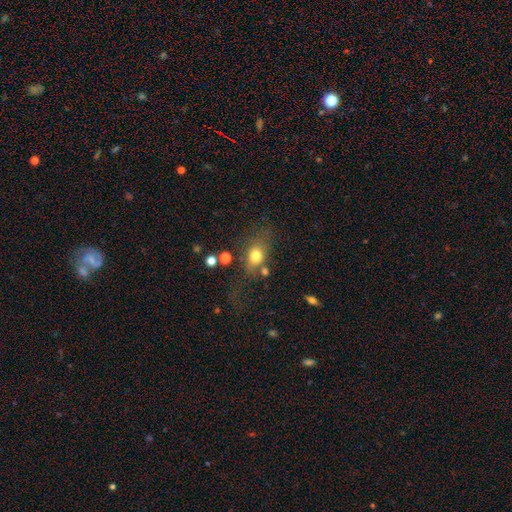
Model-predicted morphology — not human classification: A smooth galaxy with no disk features (75%) that is in between round and cigar-shaped (56%).

Vote fractions:
- Smooth or featured? smooth: 75% / featured or disk: 13% / star or artifact: 12%
- How rounded? in between: 56% / round: 41% / cigar-shaped: 3%
- Merging? none: 57% / minor disturbance: 20% / major disturbance: 14% / merger: 9%